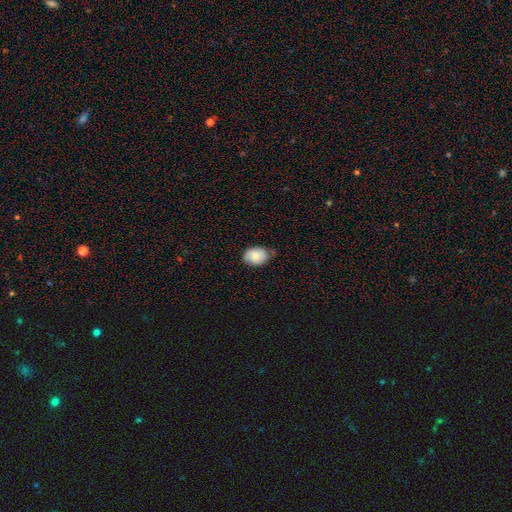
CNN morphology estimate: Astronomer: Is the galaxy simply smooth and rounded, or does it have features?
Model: smooth — 78%.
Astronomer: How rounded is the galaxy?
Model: in between — 72%.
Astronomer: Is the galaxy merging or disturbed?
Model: none — 67%.